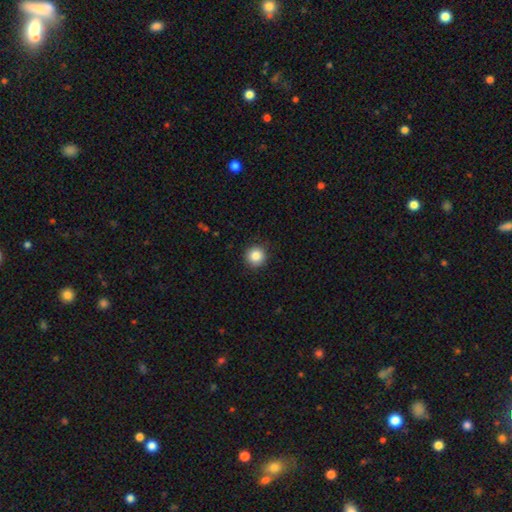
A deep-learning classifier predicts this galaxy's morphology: Smooth or featured? Predicted: smooth (p=0.85). How rounded? Predicted: round (p=0.94). Merging? Predicted: none (p=0.90).